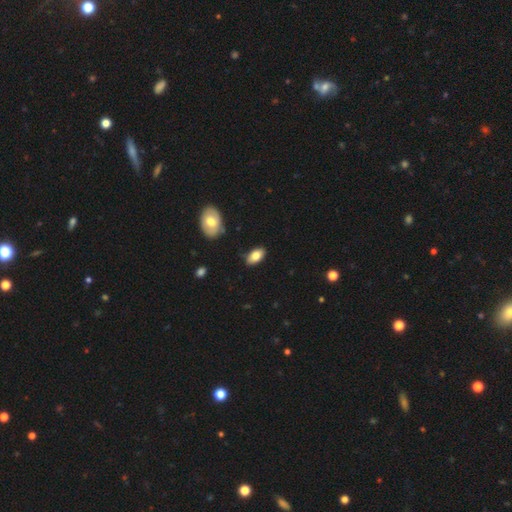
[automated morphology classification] A smooth galaxy with no disk features (81%) that is in between round and cigar-shaped (93%).

Vote fractions:
- Smooth or featured? smooth: 81% / featured or disk: 12% / star or artifact: 7%
- How rounded? in between: 93% / round: 4% / cigar-shaped: 3%
- Merging? none: 84% / minor disturbance: 12% / major disturbance: 2% / merger: 2%